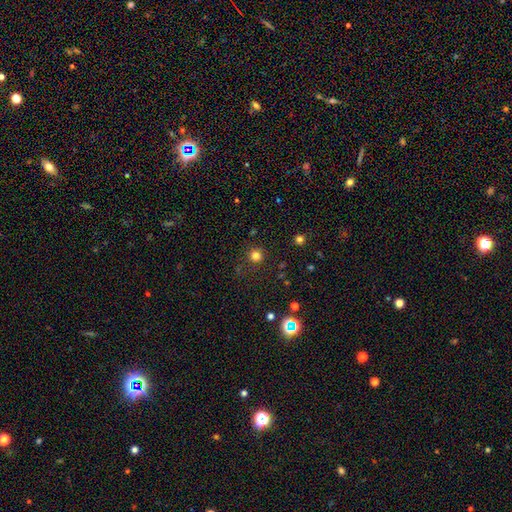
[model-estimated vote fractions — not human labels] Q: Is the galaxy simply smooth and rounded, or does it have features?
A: smooth — 77%.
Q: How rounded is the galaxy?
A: round — 94%.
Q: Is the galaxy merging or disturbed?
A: none — 88%.